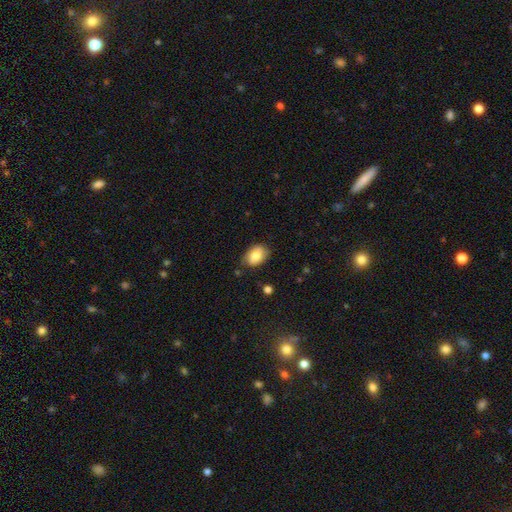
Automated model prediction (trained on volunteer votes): Smooth or featured? Predicted: smooth (p=0.79). How rounded? Predicted: in between (p=0.83). Merging? Predicted: none (p=0.73).